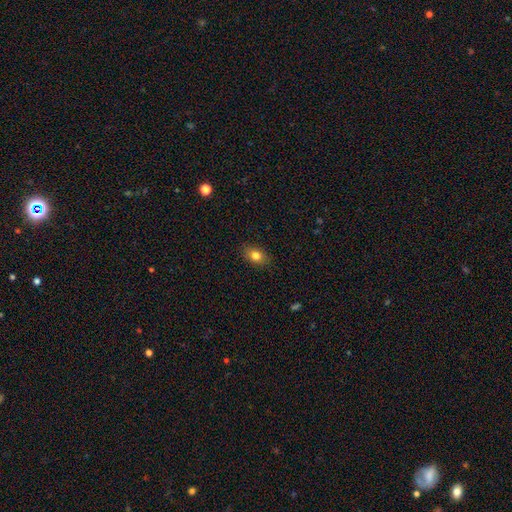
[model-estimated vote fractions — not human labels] Smooth or featured? Predicted: smooth (p=0.79). How rounded? Predicted: in between (p=0.77). Merging? Predicted: none (p=0.86).